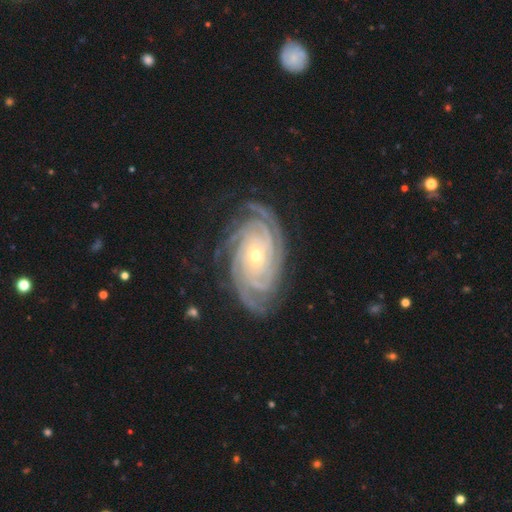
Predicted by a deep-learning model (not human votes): A featured or disk galaxy (92%) with no bar (75%), 4 (30%) tight (82%) spiral arms (98%) and a small central bulge (65%).

Vote fractions:
- Smooth or featured? featured or disk: 92% / star or artifact: 5% / smooth: 4%
- Edge-on disk? no: 97% / yes: 3%
- Bar? no: 75% / weak: 17% / strong: 8%
- Spiral arms? yes: 98% / no: 2%
- Spiral winding? tight: 82% / medium: 16% / loose: 2%
- Spiral arm count? 4: 30% / more than 4: 21% / 3: 16% / can't tell: 15% / 2: 10% / 1: 7%
- Bulge size? small: 65% / moderate: 32% / large: 2% / none: 1% / dominant: 1%
- Merging? none: 79% / minor disturbance: 15% / major disturbance: 5% / merger: 1%